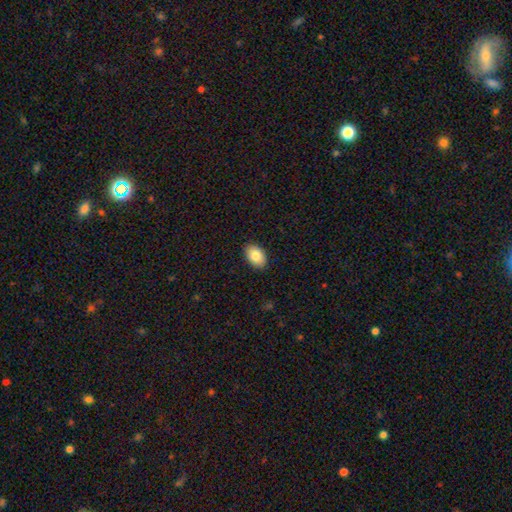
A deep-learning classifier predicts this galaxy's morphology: The model was most divided on "smooth or featured": smooth: 83%, featured or disk: 10%, star or artifact: 7%. More confident: merging — none (89%); how rounded — in between (88%).